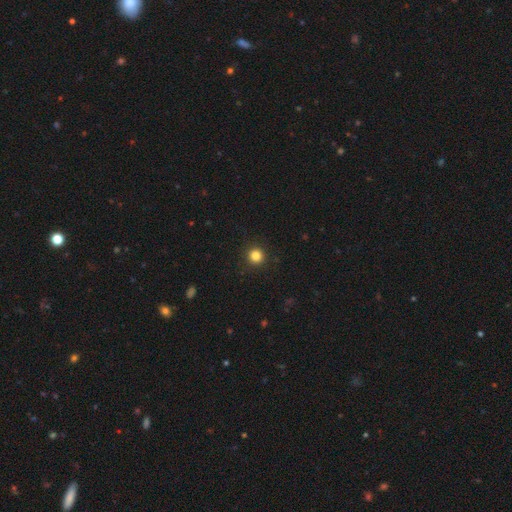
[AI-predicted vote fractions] Smooth or featured? Predicted: smooth (p=0.84). How rounded? Predicted: round (p=0.95). Merging? Predicted: none (p=0.93).